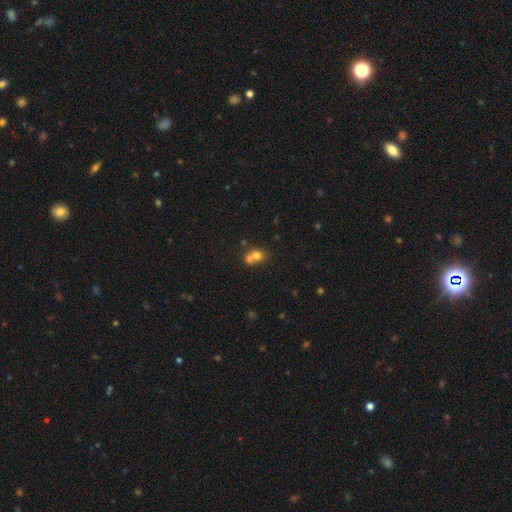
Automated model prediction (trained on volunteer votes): The model was most divided on "merging": merger: 60%, none: 29%, minor disturbance: 7%, major disturbance: 4%. More confident: smooth or featured — smooth (70%); how rounded — round (65%).